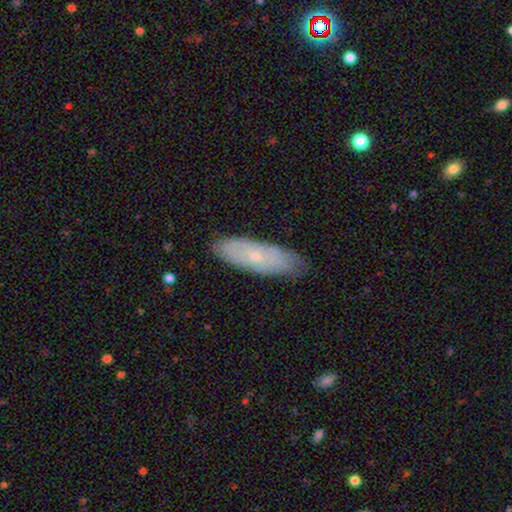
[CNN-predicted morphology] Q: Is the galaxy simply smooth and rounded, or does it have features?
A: smooth — 49%.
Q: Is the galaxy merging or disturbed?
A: none — 76%.